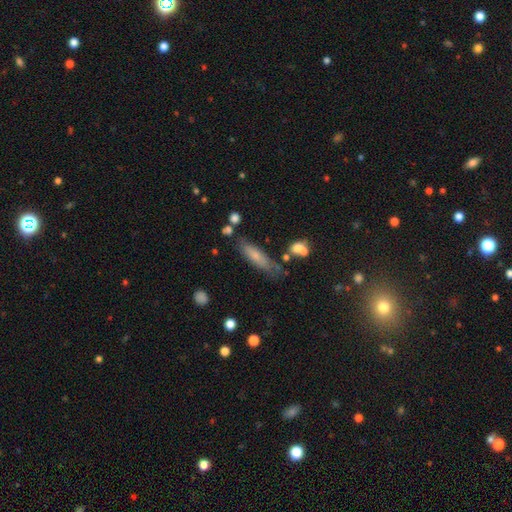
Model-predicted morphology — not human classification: Overall: smooth (67%). How rounded: cigar-shaped (60%; in between 37%). Merging: none (65%).